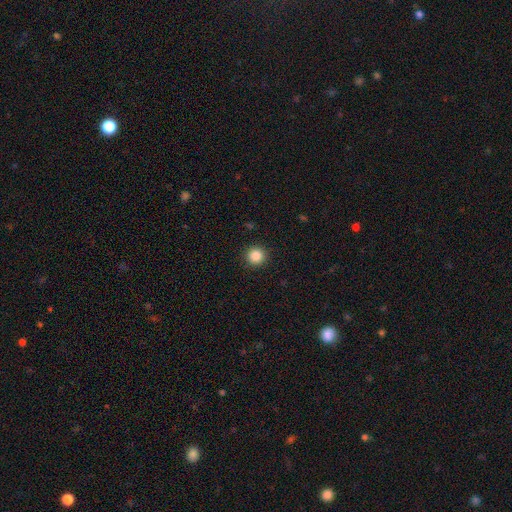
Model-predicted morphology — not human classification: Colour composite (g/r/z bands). It shows a smooth galaxy with no disk features (86%) that is round (95%). Merging: none (92%).